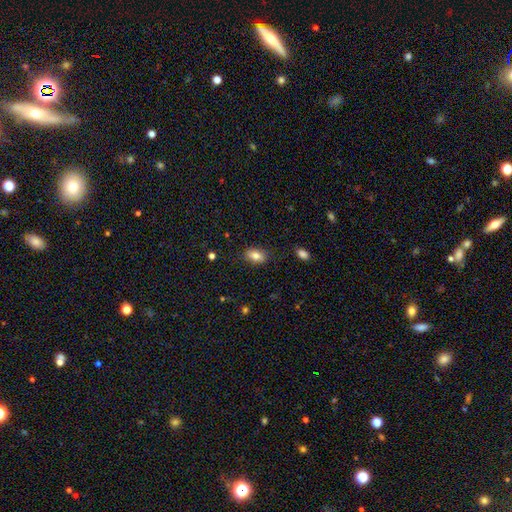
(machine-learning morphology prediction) Q: Smooth or featured?
A: smooth (82%); runner-up: featured or disk (9%)
Q: How rounded?
A: in between (87%); runner-up: round (10%)
Q: Merging?
A: none (85%); runner-up: minor disturbance (11%)